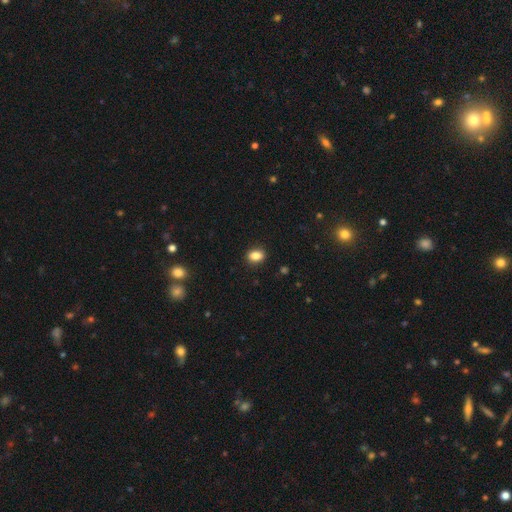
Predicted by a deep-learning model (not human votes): Smooth or featured? Predicted: smooth (p=0.86). How rounded? Predicted: in between (p=0.73). Merging? Predicted: none (p=0.89).